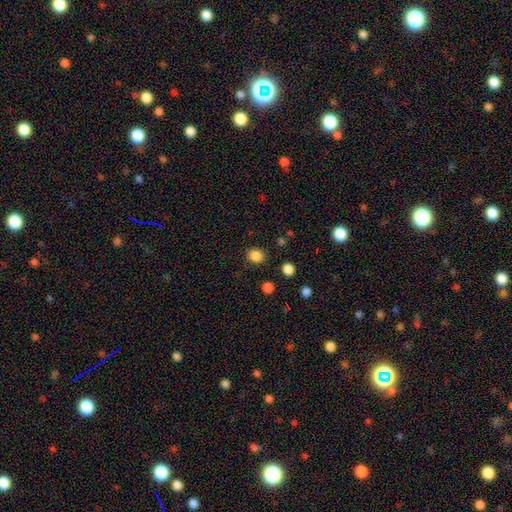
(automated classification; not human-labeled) smooth 85%, star or artifact 12%, featured or disk 3%. Down the decision tree: how rounded — round (74%); merging — none (86%).